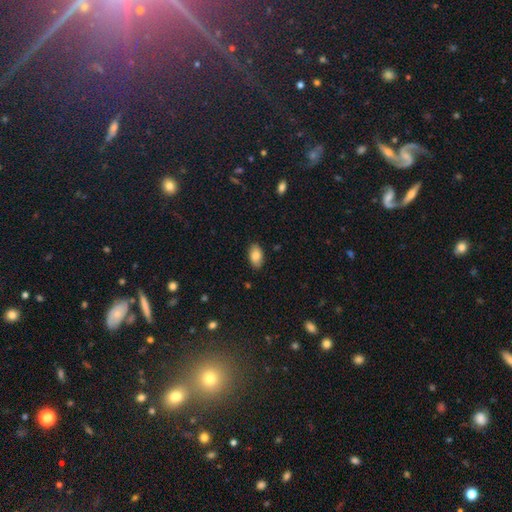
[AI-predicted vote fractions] Q: Smooth or featured?
A: smooth (86%); runner-up: star or artifact (7%)
Q: How rounded?
A: in between (94%); runner-up: round (5%)
Q: Merging?
A: none (87%); runner-up: minor disturbance (10%)